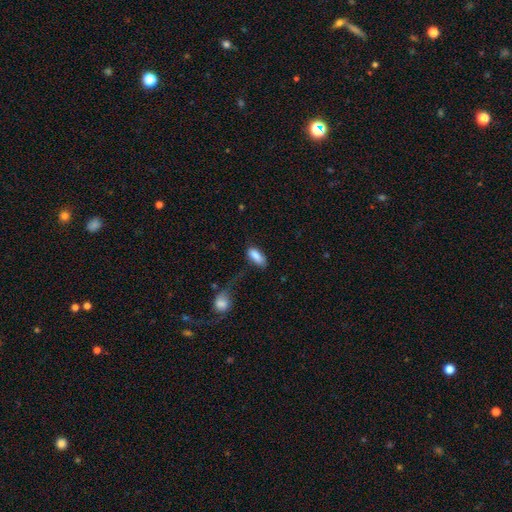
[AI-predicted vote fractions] Smooth or featured: smooth — 85% (featured or disk — 8%)
How rounded: in between — 86% (cigar-shaped — 11%)
Merging: none — 50% (minor disturbance — 22%)